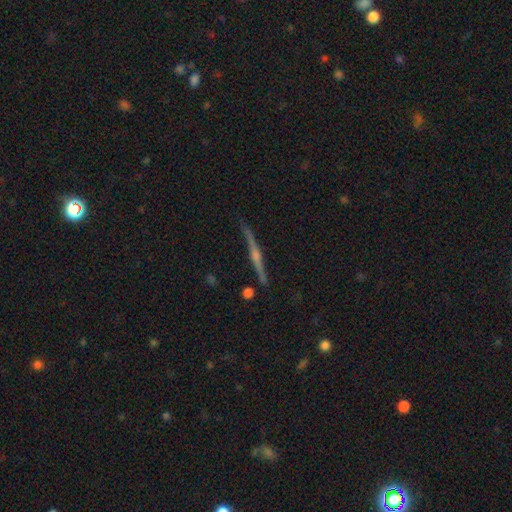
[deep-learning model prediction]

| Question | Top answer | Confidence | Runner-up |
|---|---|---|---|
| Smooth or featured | featured or disk | 80% | smooth (13%) |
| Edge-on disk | yes | 98% | no (2%) |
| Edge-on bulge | rounded | 82% | none (9%) |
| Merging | none | 87% | minor disturbance (9%) |